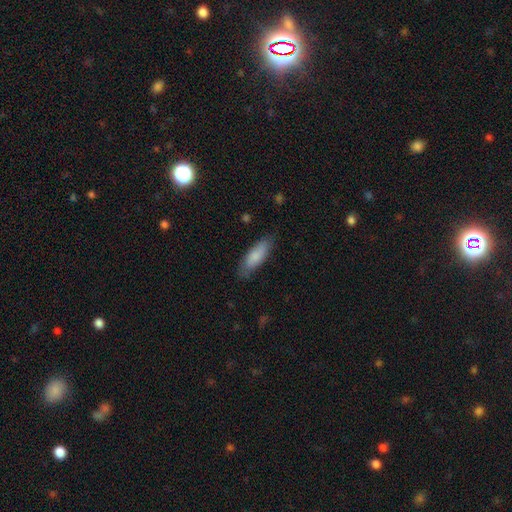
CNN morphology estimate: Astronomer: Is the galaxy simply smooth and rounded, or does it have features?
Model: smooth — 80%.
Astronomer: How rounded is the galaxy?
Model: in between — 61% (runner-up: cigar-shaped, 38%).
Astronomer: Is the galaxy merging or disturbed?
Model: none — 78%.